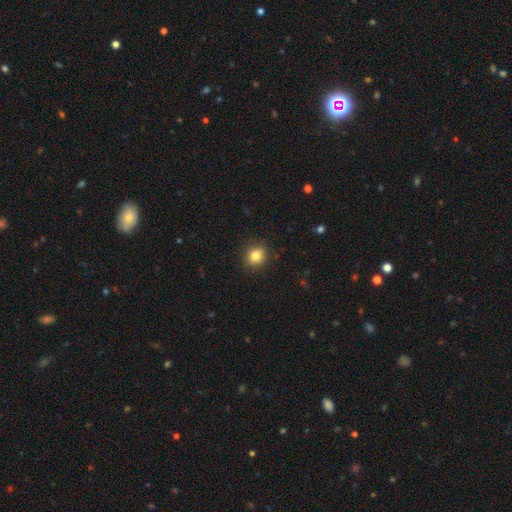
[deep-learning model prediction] smooth 83%, star or artifact 10%, featured or disk 6%. Down the decision tree: how rounded — round (76%); merging — none (89%).